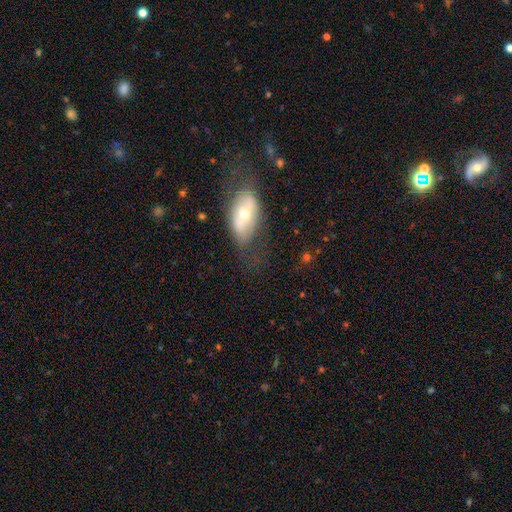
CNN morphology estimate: Smooth or featured: featured or disk — 47% (smooth — 40%)
Merging: none — 59% (minor disturbance — 21%)